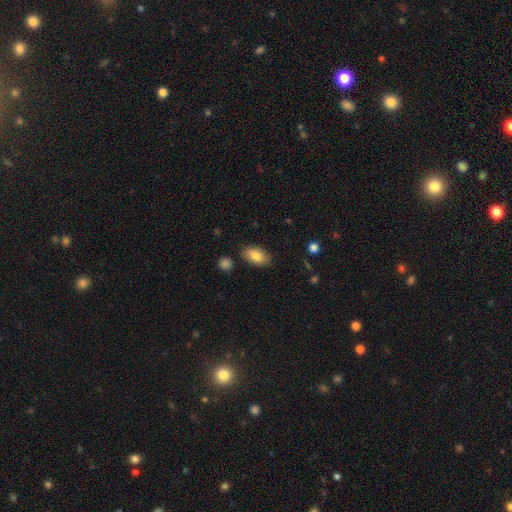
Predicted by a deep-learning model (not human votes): smooth-or-featured: smooth: 83% | featured or disk: 10% | star or artifact: 7%
  how-rounded: in between: 92% | round: 6% | cigar-shaped: 2%
  merging: none: 82% | minor disturbance: 12% | major disturbance: 3% | merger: 3%